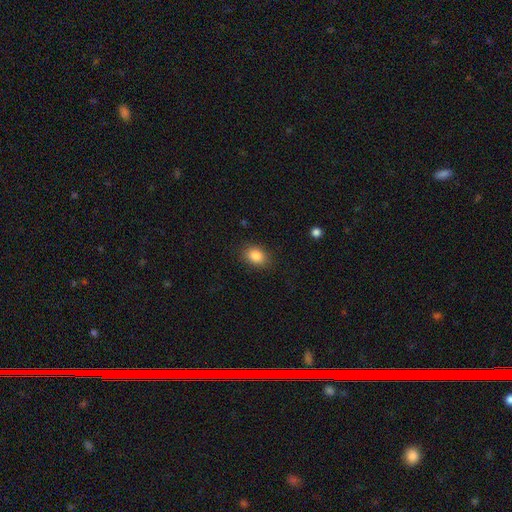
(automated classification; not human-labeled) Smooth or featured?
  - smooth: 85% *
  - star or artifact: 9%
  - featured or disk: 5%
How rounded?
  - in between: 63% *
  - round: 36%
  - cigar-shaped: 1%
Merging?
  - none: 85% *
  - minor disturbance: 11%
  - major disturbance: 3%
  - merger: 1%